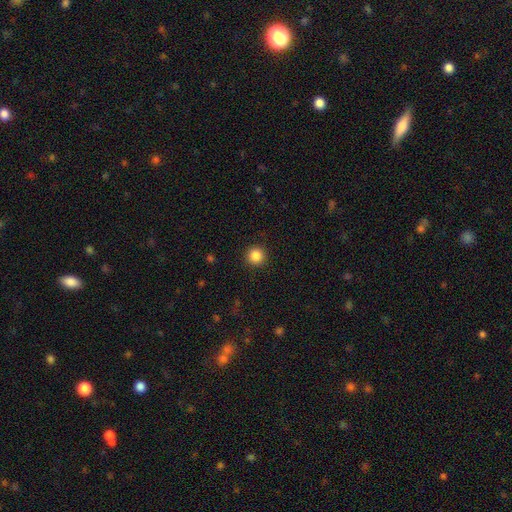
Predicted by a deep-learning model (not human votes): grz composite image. It shows a smooth galaxy with no disk features (86%) that is round (95%). Merging: none (92%).